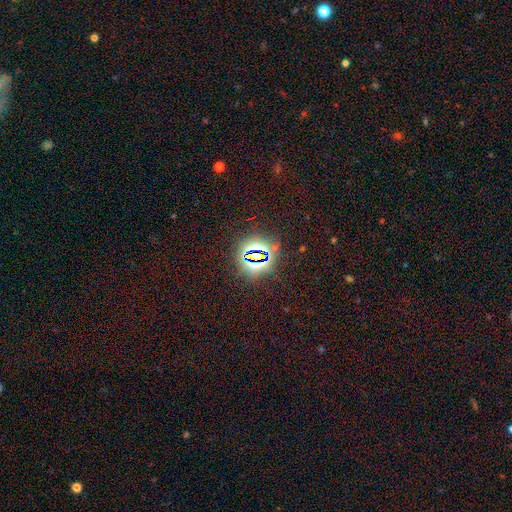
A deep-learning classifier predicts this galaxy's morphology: Smooth or featured?
  - star or artifact: 79% *
  - smooth: 13%
  - featured or disk: 8%